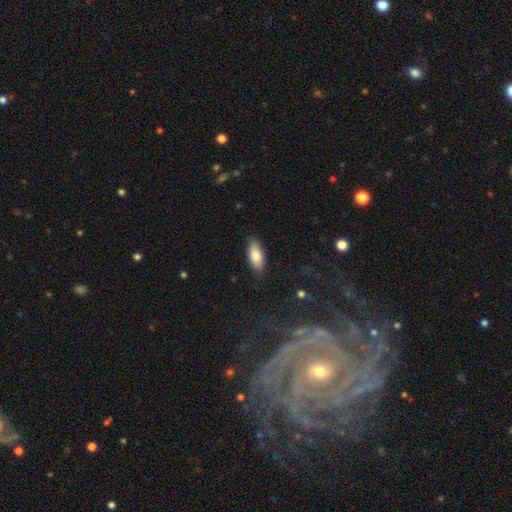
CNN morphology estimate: smooth-or-featured: smooth: 86% | featured or disk: 8% | star or artifact: 6%
  how-rounded: in between: 80% | cigar-shaped: 18% | round: 2%
  merging: none: 83% | minor disturbance: 13% | major disturbance: 3% | merger: 1%